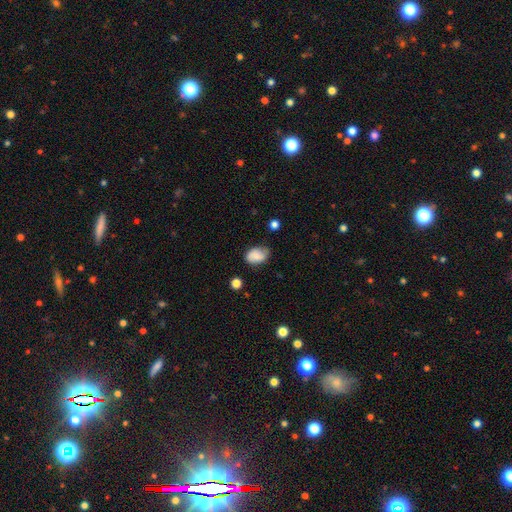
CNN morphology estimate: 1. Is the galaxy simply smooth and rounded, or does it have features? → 78% smooth, 14% featured or disk, 8% star or artifact.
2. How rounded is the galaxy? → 81% in between, 18% round, 1% cigar-shaped.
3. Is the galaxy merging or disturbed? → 63% none, 29% minor disturbance, 6% major disturbance, 2% merger.